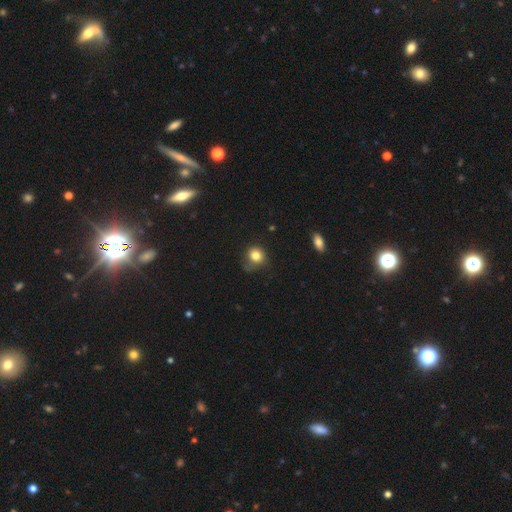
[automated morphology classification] Q: Smooth or featured?
A: smooth (82%); runner-up: star or artifact (11%)
Q: How rounded?
A: round (76%); runner-up: in between (23%)
Q: Merging?
A: none (58%); runner-up: minor disturbance (28%)